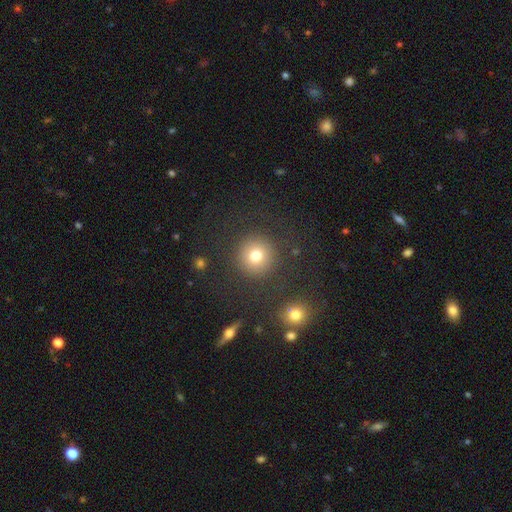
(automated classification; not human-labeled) Smooth or featured: smooth — 76% (star or artifact — 15%)
How rounded: round — 94% (in between — 5%)
Merging: none — 87% (minor disturbance — 6%)